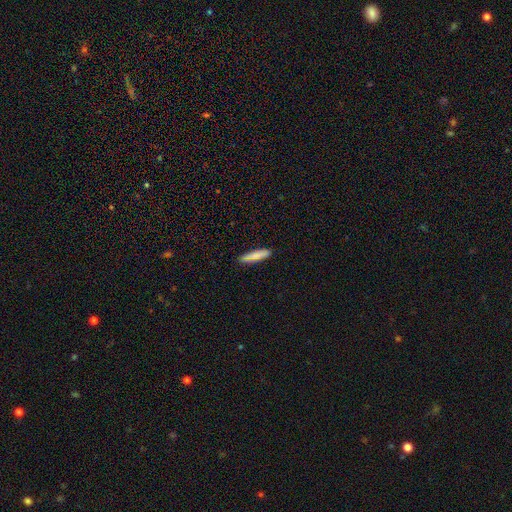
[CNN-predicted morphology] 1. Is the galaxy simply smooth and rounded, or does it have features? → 78% smooth, 14% featured or disk, 8% star or artifact.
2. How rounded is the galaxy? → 70% cigar-shaped, 28% in between, 2% round.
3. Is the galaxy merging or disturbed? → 85% none, 11% minor disturbance, 2% major disturbance, 1% merger.